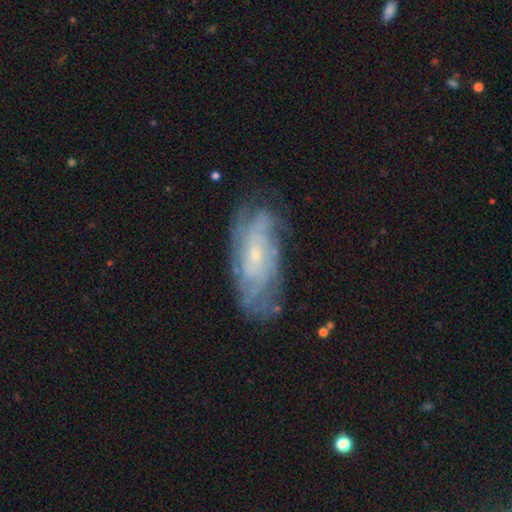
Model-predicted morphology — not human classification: This is likely a featured or disk galaxy (76%). It is clearly not viewed edge-on (90%). Bar: likely no (69%). Spiral arm pattern: clearly yes (88%). Spiral arm count: possibly can't tell (53%). Spiral winding: likely tight (61%). Central bulge: likely small (74%). Merging: likely none (73%).